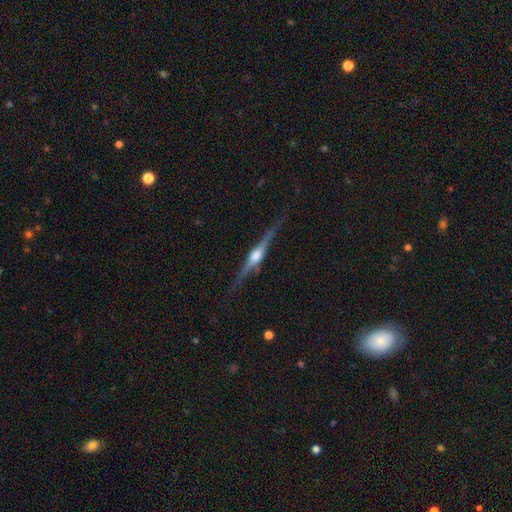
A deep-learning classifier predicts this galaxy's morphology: A featured or disk galaxy (83%) viewed edge-on (98%) with a rounded central bulge (89%).

Vote fractions:
- Smooth or featured? featured or disk: 83% / smooth: 12% / star or artifact: 5%
- Edge-on disk? yes: 98% / no: 2%
- Edge-on bulge? rounded: 89% / boxy: 8% / none: 3%
- Merging? none: 84% / minor disturbance: 12% / major disturbance: 3% / merger: 1%